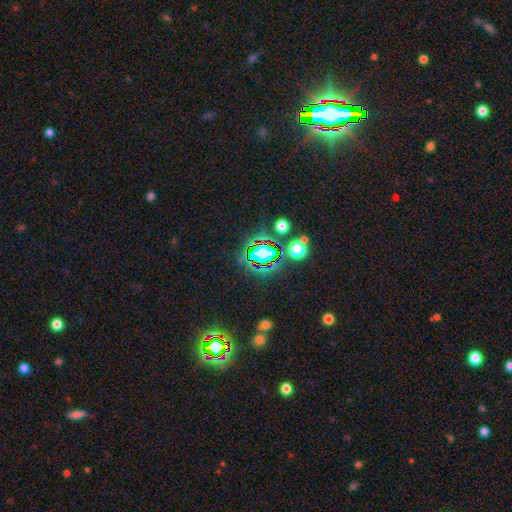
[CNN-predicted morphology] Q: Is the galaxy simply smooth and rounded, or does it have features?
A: star or artifact — 81%.